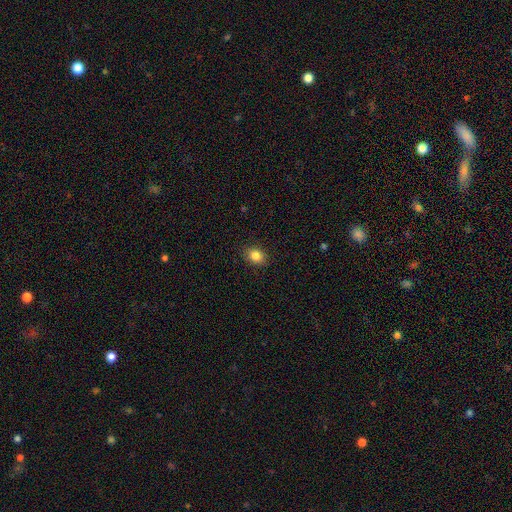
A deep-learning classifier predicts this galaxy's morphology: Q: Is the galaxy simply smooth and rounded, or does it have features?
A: smooth — 85%.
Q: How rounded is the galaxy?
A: in between — 55%.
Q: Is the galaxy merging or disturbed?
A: none — 89%.